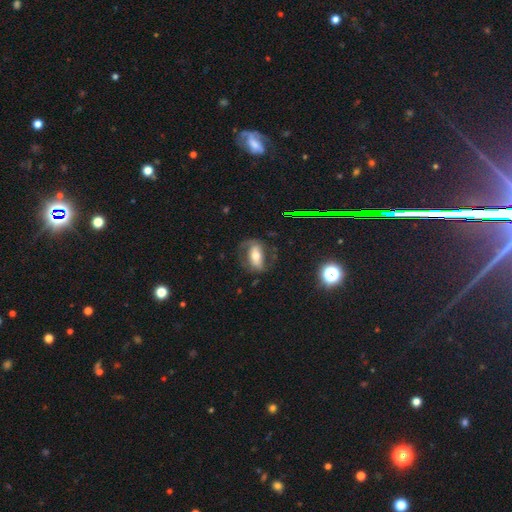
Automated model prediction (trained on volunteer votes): smooth-or-featured: featured or disk: 54% | smooth: 36% | star or artifact: 10%
  disk-edge-on: no: 86% | yes: 14%
  merging: none: 62% | minor disturbance: 19% | major disturbance: 17% | merger: 2%